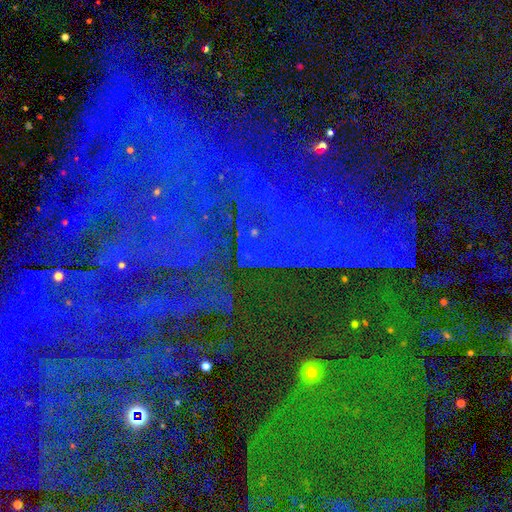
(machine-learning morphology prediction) type=star or artifact (83%).